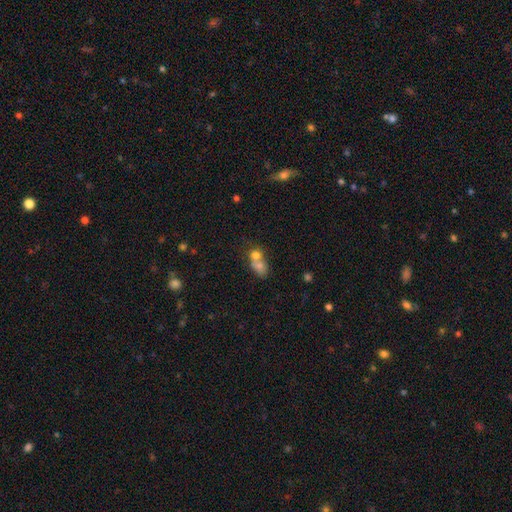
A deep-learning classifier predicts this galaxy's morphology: Smooth or featured?
  - smooth: 70% *
  - featured or disk: 18%
  - star or artifact: 12%
How rounded?
  - round: 58% *
  - in between: 40%
  - cigar-shaped: 2%
Merging?
  - merger: 67% *
  - none: 23%
  - minor disturbance: 6%
  - major disturbance: 4%